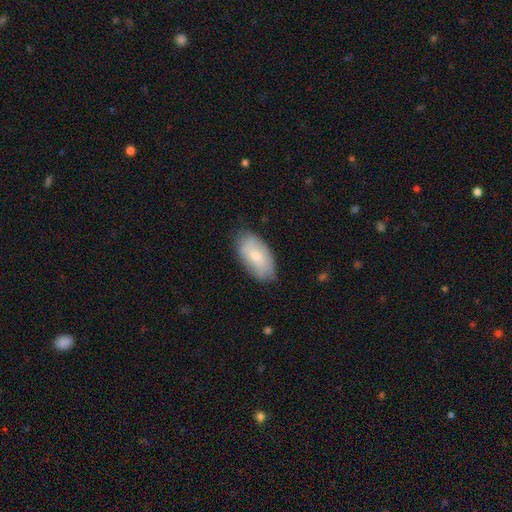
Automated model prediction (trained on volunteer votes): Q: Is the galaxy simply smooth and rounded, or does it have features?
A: smooth — 70%.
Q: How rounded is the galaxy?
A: in between — 94%.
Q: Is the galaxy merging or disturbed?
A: none — 75%.